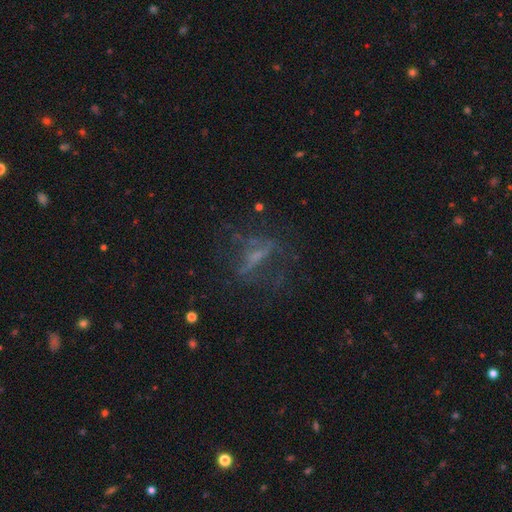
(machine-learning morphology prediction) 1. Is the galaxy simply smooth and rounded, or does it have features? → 55% featured or disk, 23% star or artifact, 22% smooth.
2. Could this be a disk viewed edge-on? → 73% no, 27% yes.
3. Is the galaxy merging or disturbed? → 56% none, 26% major disturbance, 15% minor disturbance, 3% merger.